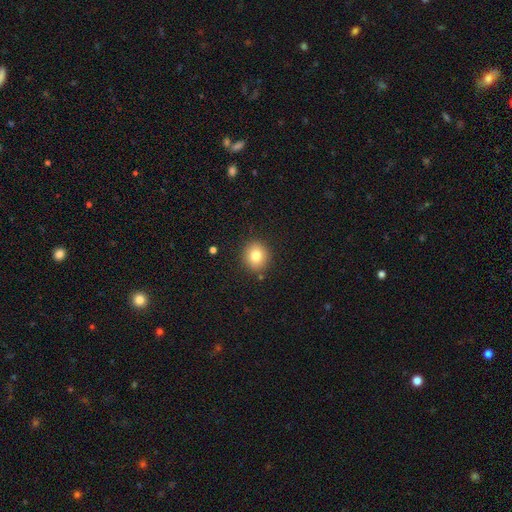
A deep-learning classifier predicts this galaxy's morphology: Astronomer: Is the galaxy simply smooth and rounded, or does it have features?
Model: smooth — 80%.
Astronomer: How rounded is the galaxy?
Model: round — 82%.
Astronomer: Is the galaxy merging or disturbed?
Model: none — 88%.